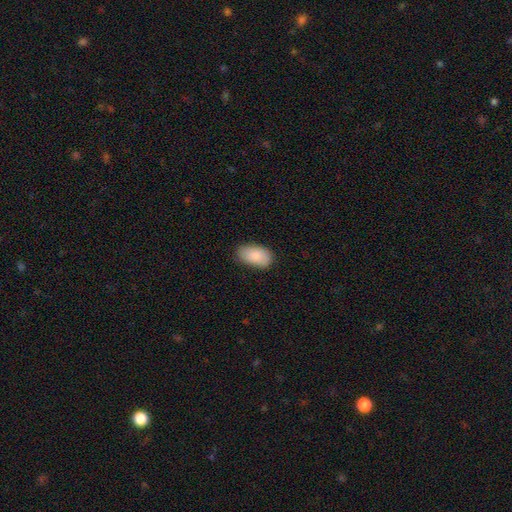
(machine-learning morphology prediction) A smooth galaxy with no disk features (86%) that is in between round and cigar-shaped (94%).

Vote fractions:
- Smooth or featured? smooth: 86% / featured or disk: 8% / star or artifact: 6%
- How rounded? in between: 94% / round: 5% / cigar-shaped: 2%
- Merging? none: 79% / minor disturbance: 17% / major disturbance: 3% / merger: 1%